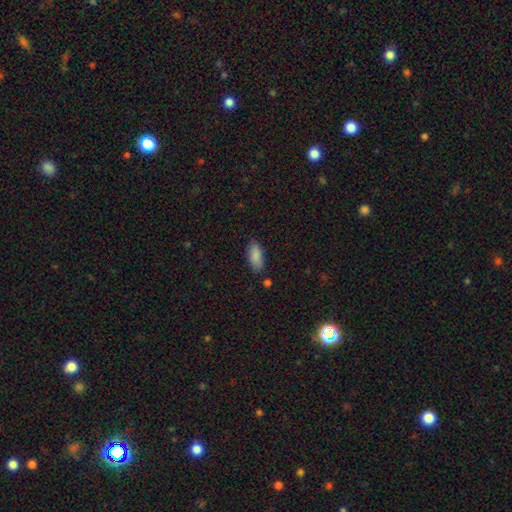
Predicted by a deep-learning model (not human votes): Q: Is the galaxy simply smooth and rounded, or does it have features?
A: smooth — 88%.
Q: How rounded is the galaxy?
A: in between — 84%.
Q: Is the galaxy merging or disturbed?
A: none — 82%.